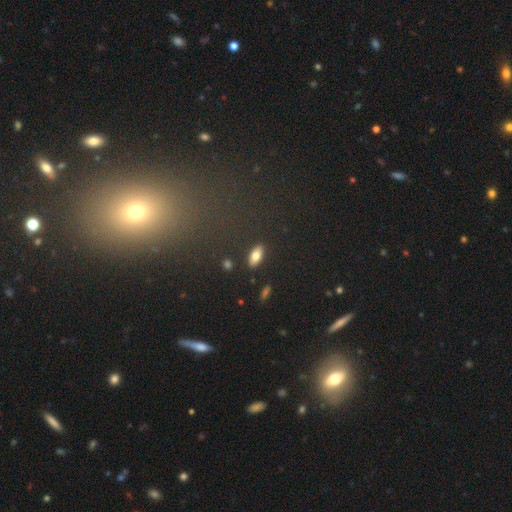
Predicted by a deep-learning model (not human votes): Smooth or featured? Predicted: smooth (p=0.79). How rounded? Predicted: in between (p=0.88). Merging? Predicted: none (p=0.88).